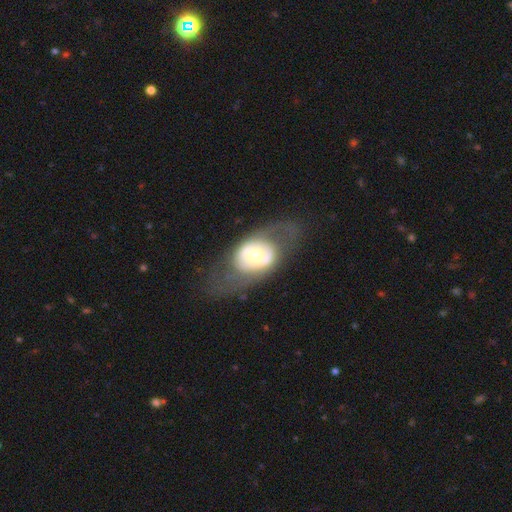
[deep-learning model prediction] Overall: featured or disk (62%; smooth 31%). Edge-on disk: no (90%). Bar: no (69%). Spiral arms: no (67%; yes 33%). Bulge size: moderate (62%). Merging: none (63%).